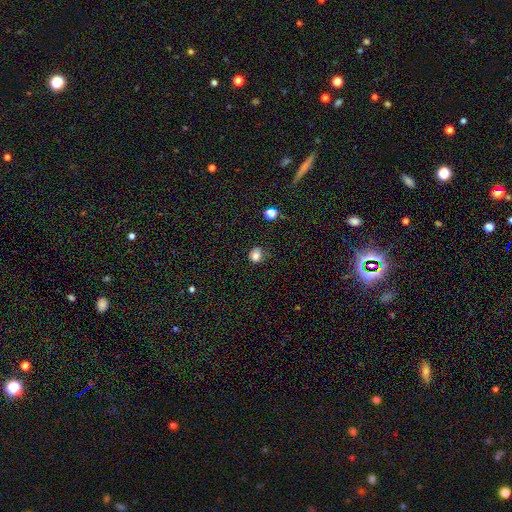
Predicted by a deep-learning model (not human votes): Smooth or featured? Predicted: smooth (p=0.81). How rounded? Predicted: round (p=0.78). Merging? Predicted: none (p=0.70).